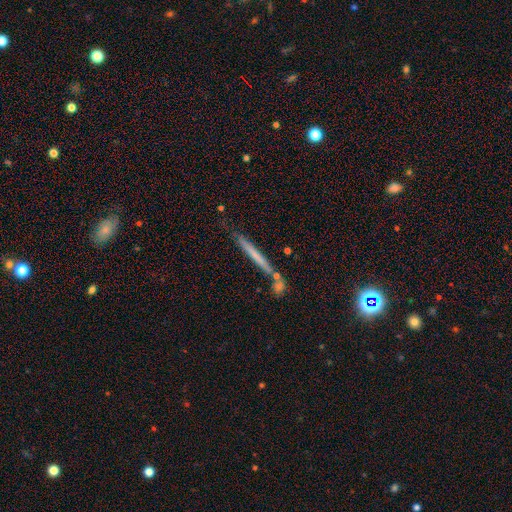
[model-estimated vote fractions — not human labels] Smooth or featured? smooth (54%)
How rounded? cigar-shaped (97%)
Merging? none (75%)